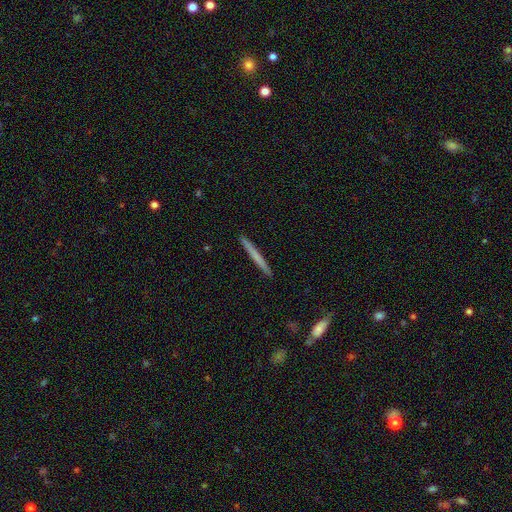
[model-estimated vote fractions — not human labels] A smooth galaxy with no disk features (60%) that is cigar-shaped (97%).

Vote fractions:
- Smooth or featured? smooth: 60% / featured or disk: 35% / star or artifact: 5%
- How rounded? cigar-shaped: 97% / in between: 2% / round: 1%
- Merging? none: 93% / minor disturbance: 5% / major disturbance: 1% / merger: 1%